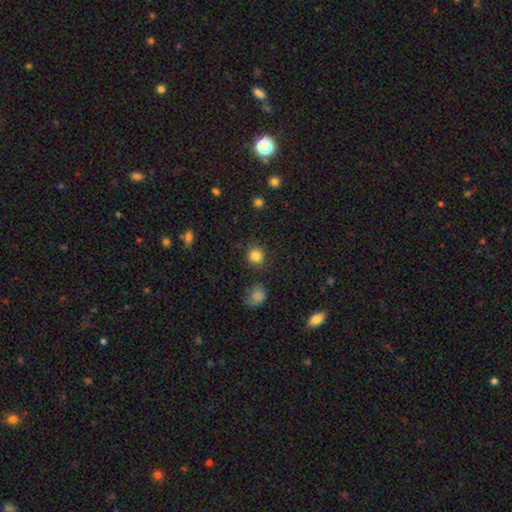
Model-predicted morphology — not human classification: smooth-or-featured: smooth: 84% | star or artifact: 12% | featured or disk: 5%
  how-rounded: round: 92% | in between: 7% | cigar-shaped: 1%
  merging: none: 86% | minor disturbance: 8% | major disturbance: 3% | merger: 3%